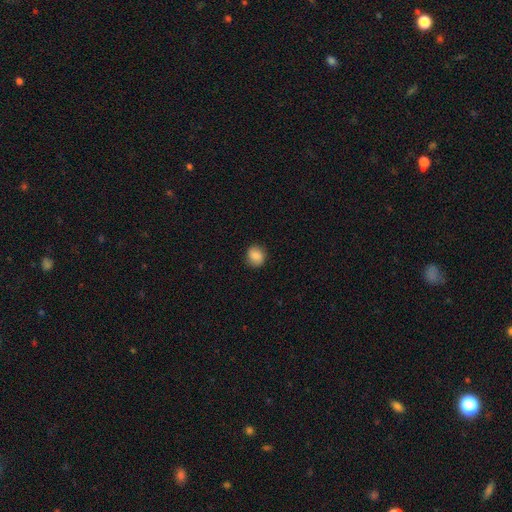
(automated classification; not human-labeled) Smooth or featured? Predicted: smooth (p=0.86). How rounded? Predicted: round (p=0.73). Merging? Predicted: none (p=0.87).